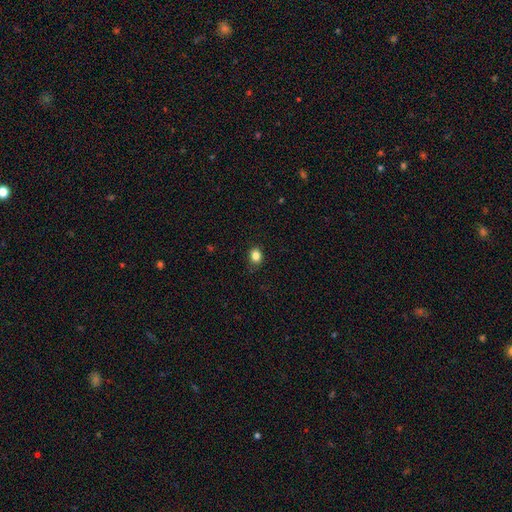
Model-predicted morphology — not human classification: This is clearly a smooth galaxy (84%). How rounded: possibly round (55%). Merging: clearly none (85%).